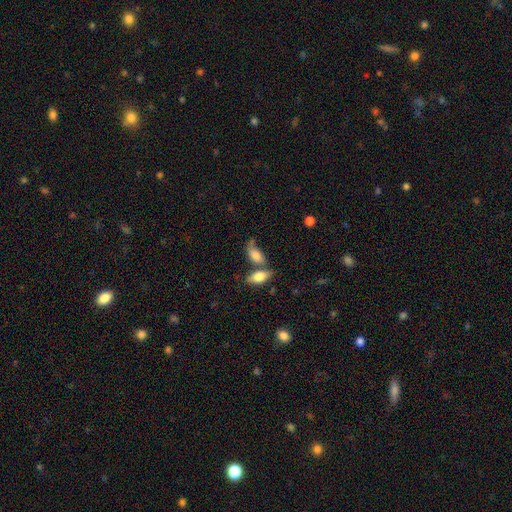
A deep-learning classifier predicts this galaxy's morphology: A smooth galaxy with no disk features (74%) that is in between round and cigar-shaped (84%).

Vote fractions:
- Smooth or featured? smooth: 74% / featured or disk: 18% / star or artifact: 8%
- How rounded? in between: 84% / cigar-shaped: 10% / round: 6%
- Merging? none: 38% / merger: 35% / minor disturbance: 17% / major disturbance: 9%